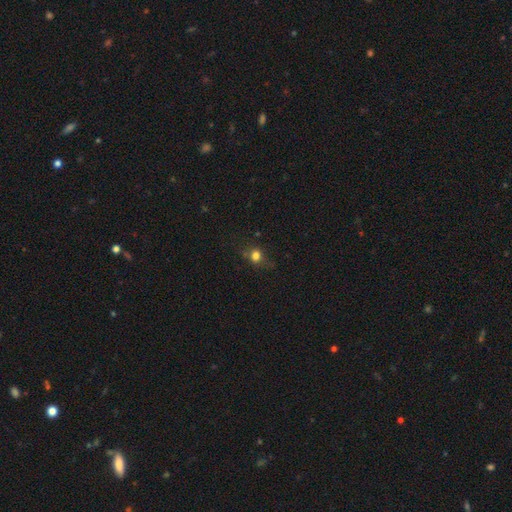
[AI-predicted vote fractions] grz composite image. It shows a smooth galaxy with no disk features (67%) that is round (70%). Merging: none (69%).